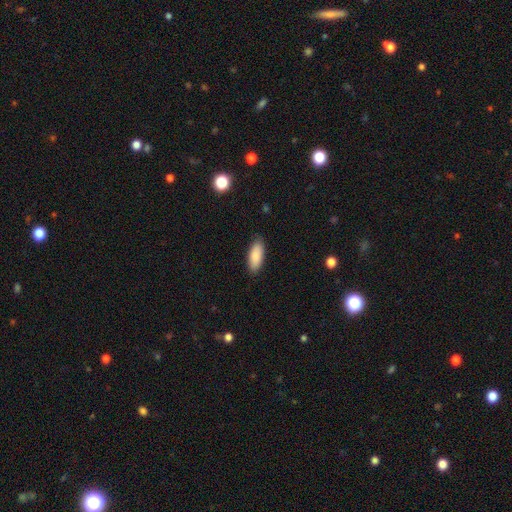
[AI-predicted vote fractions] smooth-or-featured: smooth: 87% | featured or disk: 7% | star or artifact: 6%
  how-rounded: in between: 78% | cigar-shaped: 20% | round: 2%
  merging: none: 87% | minor disturbance: 10% | major disturbance: 2% | merger: 1%